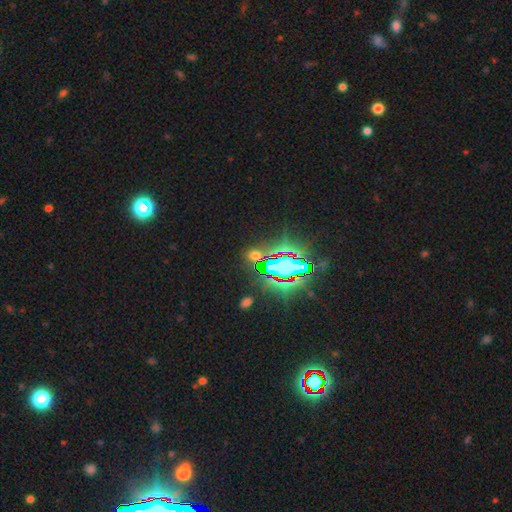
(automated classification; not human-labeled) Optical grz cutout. It shows a star or artifact, not a galaxy (68%).